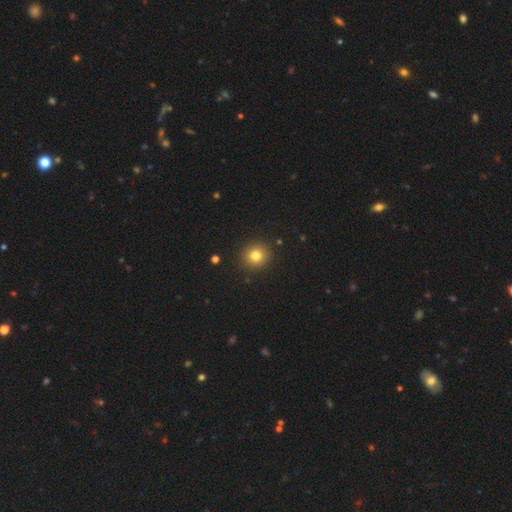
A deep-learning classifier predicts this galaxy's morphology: Q: Smooth or featured?
A: smooth (79%); runner-up: star or artifact (14%)
Q: How rounded?
A: round (89%); runner-up: in between (10%)
Q: Merging?
A: none (91%); runner-up: minor disturbance (5%)